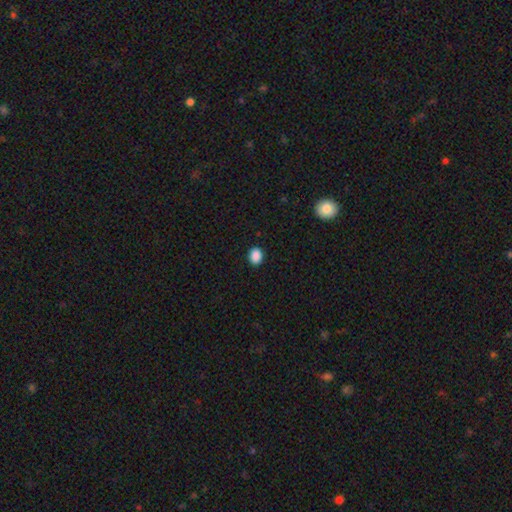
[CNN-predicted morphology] smooth 89%, star or artifact 9%, featured or disk 2%. Down the decision tree: how rounded — in between (54%); merging — none (90%).